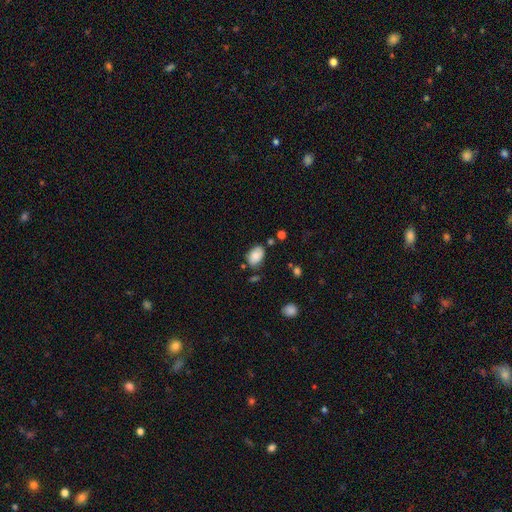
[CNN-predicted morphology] Smooth or featured: smooth — 79% (featured or disk — 13%)
How rounded: in between — 88% (round — 10%)
Merging: none — 72% (minor disturbance — 19%)